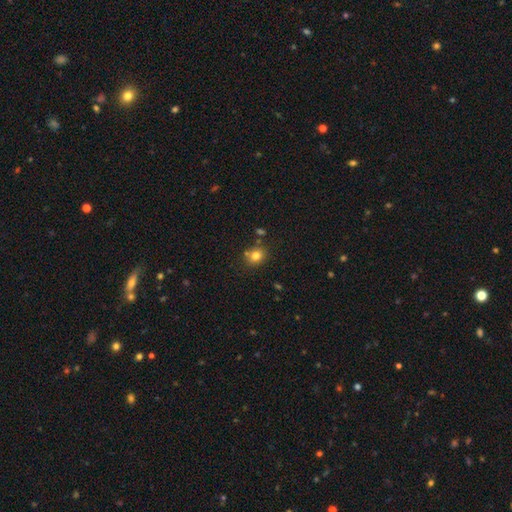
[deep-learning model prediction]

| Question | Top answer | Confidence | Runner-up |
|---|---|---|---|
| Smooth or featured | smooth | 79% | star or artifact (13%) |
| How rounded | round | 71% | in between (28%) |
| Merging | none | 75% | minor disturbance (12%) |